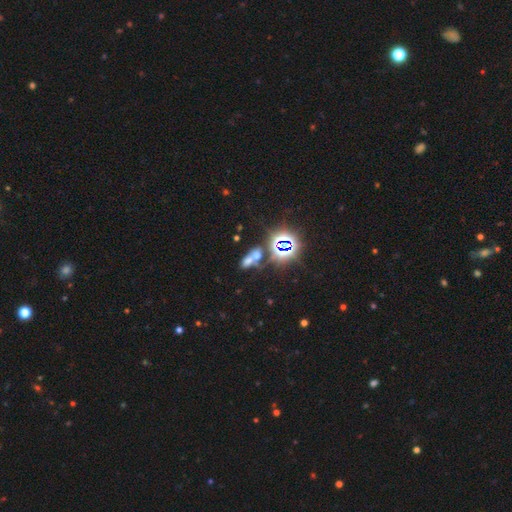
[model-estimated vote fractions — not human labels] smooth 44%, star or artifact 41%, featured or disk 15%. Down the decision tree: merging — merger (55%).